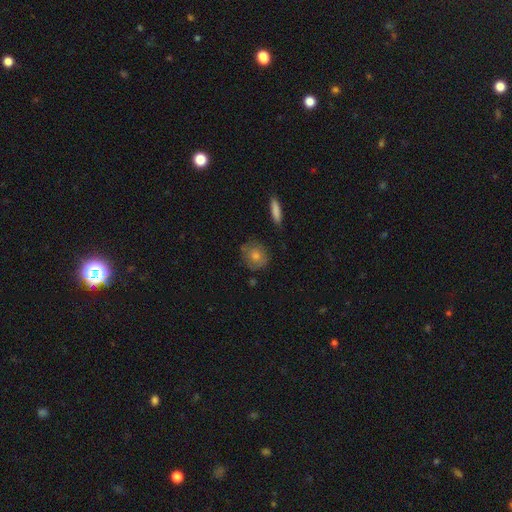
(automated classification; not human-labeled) The model was most divided on "smooth or featured": smooth: 61%, featured or disk: 28%, star or artifact: 11%. More confident: merging — none (77%); how rounded — round (77%).